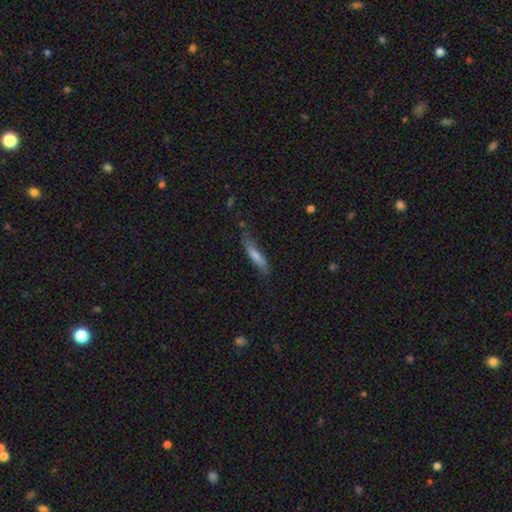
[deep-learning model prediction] Morphology: type=smooth (65%); roundness=cigar-shaped (85%); merging=none (65%).